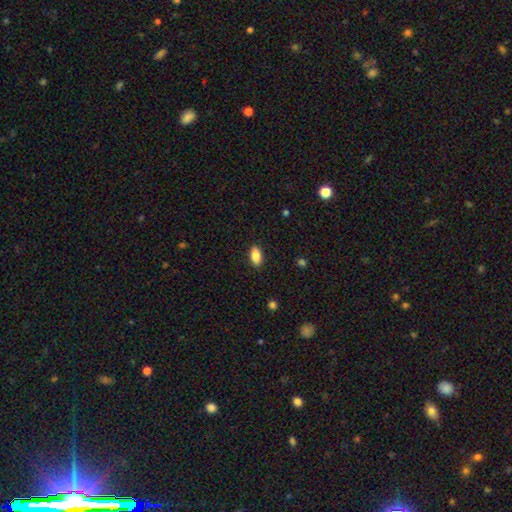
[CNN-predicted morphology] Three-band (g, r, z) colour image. It shows a smooth galaxy with no disk features (85%) that is in between round and cigar-shaped (91%). Merging: none (89%).